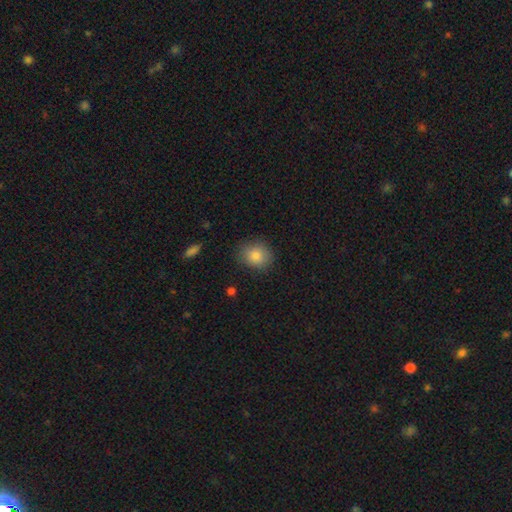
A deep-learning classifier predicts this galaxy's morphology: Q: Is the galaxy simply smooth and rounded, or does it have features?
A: smooth — 84%.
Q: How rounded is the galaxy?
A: round — 68%.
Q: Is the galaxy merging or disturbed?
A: none — 83%.